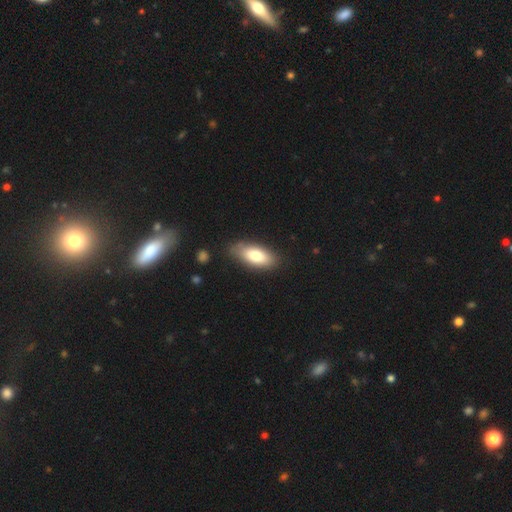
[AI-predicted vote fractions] Smooth or featured? smooth (78%)
How rounded? in between (85%)
Merging? none (80%)